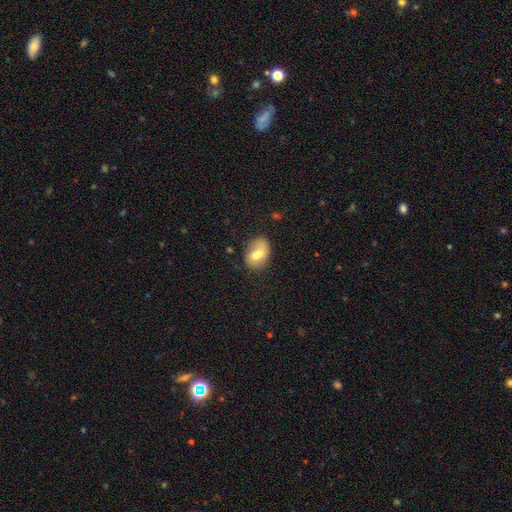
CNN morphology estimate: smooth_or_featured: smooth (p=0.67) [alt: featured or disk p=0.25]
how_rounded: in between (p=0.68) [alt: round p=0.30]
merging: none (p=0.46) [alt: merger p=0.29]